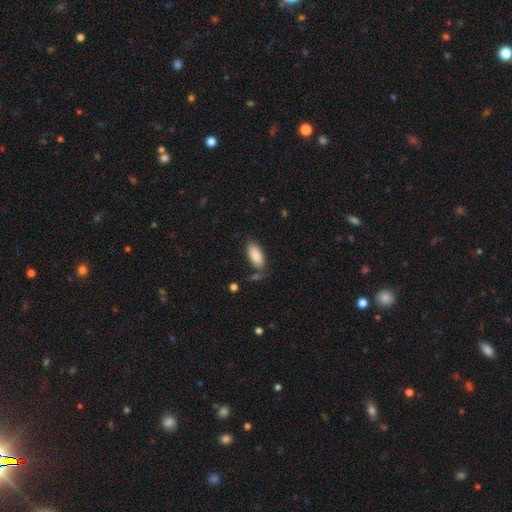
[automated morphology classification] A smooth galaxy with no disk features (87%) that is in between round and cigar-shaped (90%). Merging: none (76%).